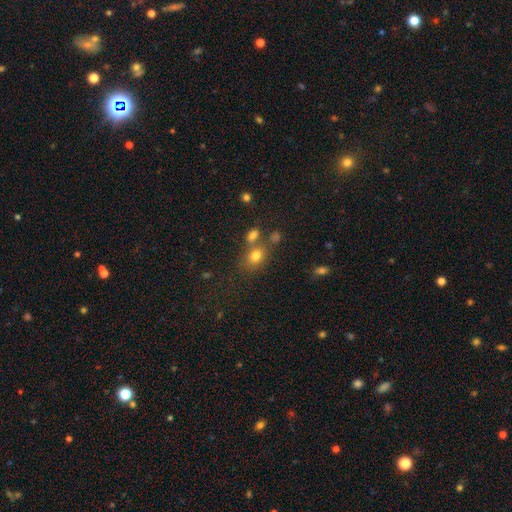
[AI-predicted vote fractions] Q: Smooth or featured?
A: smooth (76%); runner-up: star or artifact (14%)
Q: How rounded?
A: in between (60%); runner-up: round (38%)
Q: Merging?
A: none (56%); runner-up: merger (25%)